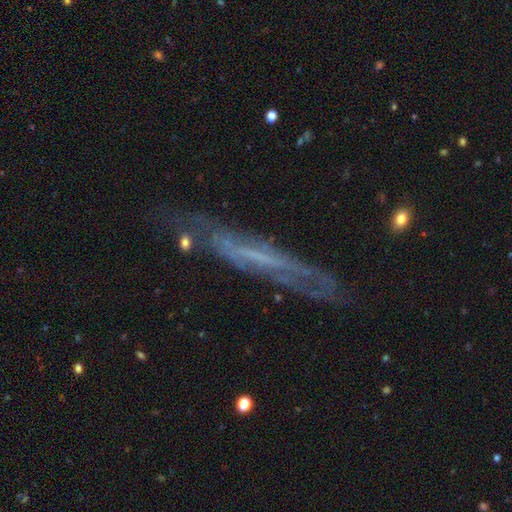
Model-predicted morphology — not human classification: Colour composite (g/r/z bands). It shows a featured or disk galaxy (67%) viewed edge-on (67%). Merging: none (69%).